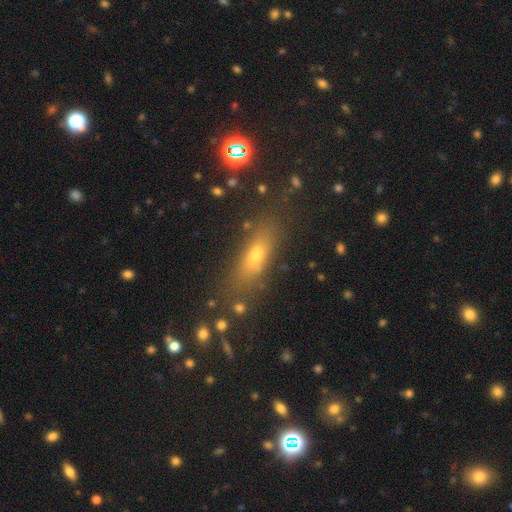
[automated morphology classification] This is possibly a smooth galaxy (58%). How rounded: possibly in between (49%). Merging: likely none (79%).